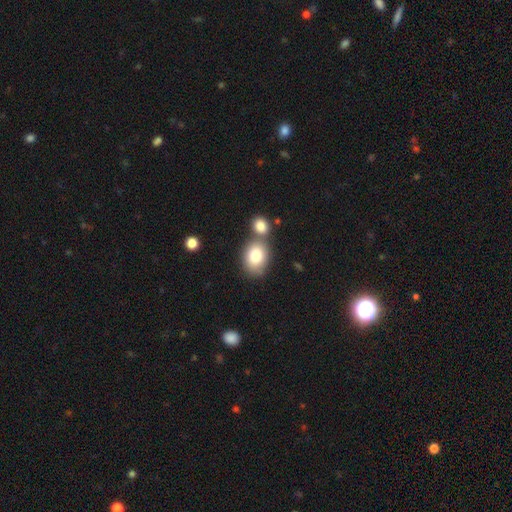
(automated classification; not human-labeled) Q: Smooth or featured?
A: smooth (81%); runner-up: featured or disk (11%)
Q: How rounded?
A: in between (59%); runner-up: round (40%)
Q: Merging?
A: none (51%); runner-up: merger (35%)